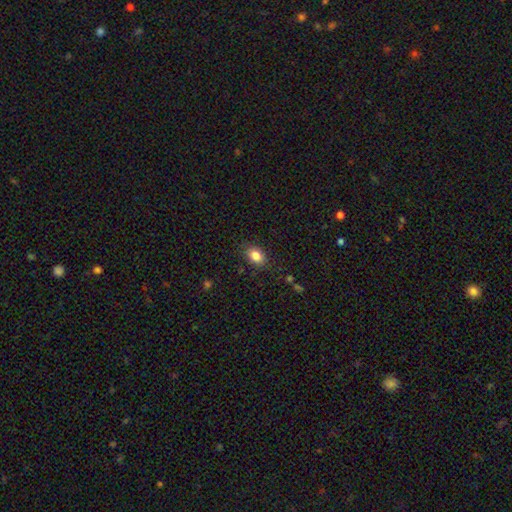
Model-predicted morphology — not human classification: A smooth galaxy with no disk features (84%) that is in between round and cigar-shaped (76%). Merging: none (84%).